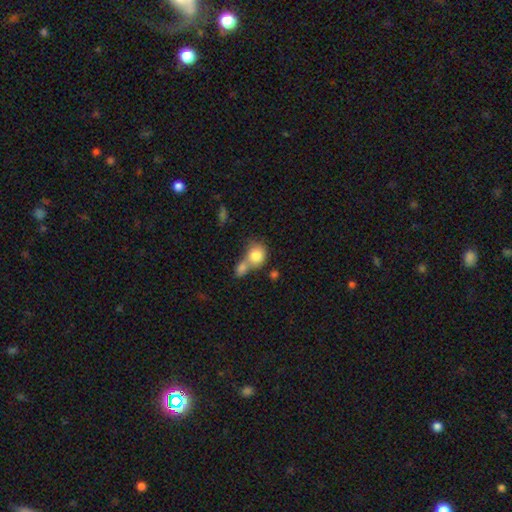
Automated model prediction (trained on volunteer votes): A smooth galaxy with no disk features (80%) that is round (70%). Merging: merger (58%).